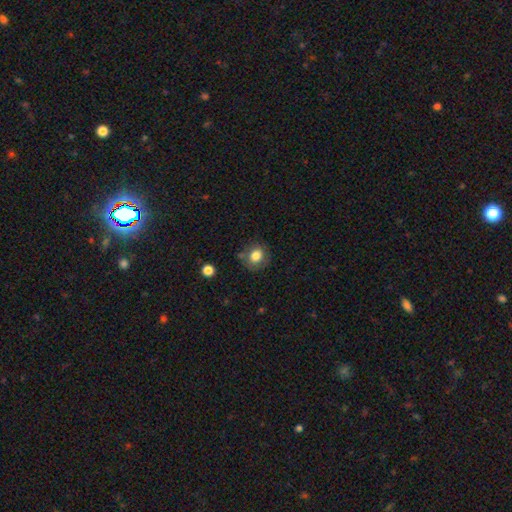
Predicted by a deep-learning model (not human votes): Smooth or featured?
  - smooth: 79% *
  - featured or disk: 11%
  - star or artifact: 9%
How rounded?
  - round: 78% *
  - in between: 21%
  - cigar-shaped: 1%
Merging?
  - none: 73% *
  - minor disturbance: 17%
  - major disturbance: 5%
  - merger: 5%